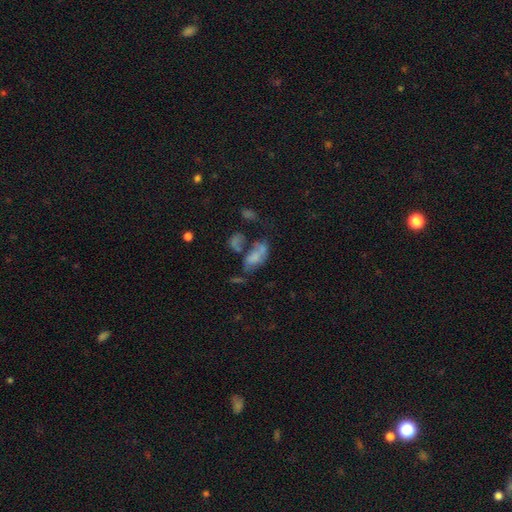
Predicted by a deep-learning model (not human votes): smooth_or_featured: smooth (p=0.54) [alt: featured or disk p=0.32]
how_rounded: in between (p=0.87) [alt: round p=0.07]
merging: merger (p=0.37) [alt: major disturbance p=0.24]